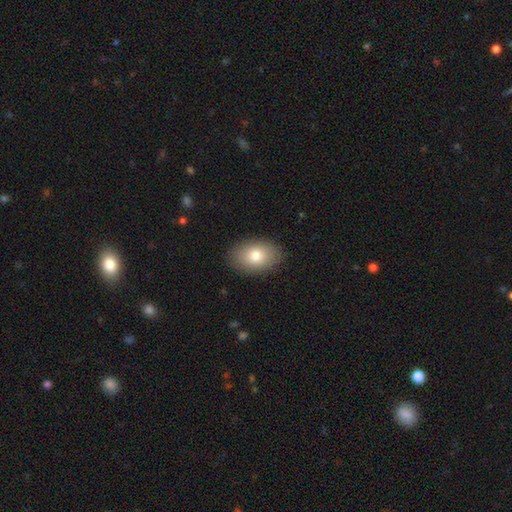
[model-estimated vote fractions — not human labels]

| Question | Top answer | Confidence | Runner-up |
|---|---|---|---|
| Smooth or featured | smooth | 79% | featured or disk (13%) |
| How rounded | in between | 86% | round (13%) |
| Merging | none | 88% | minor disturbance (9%) |